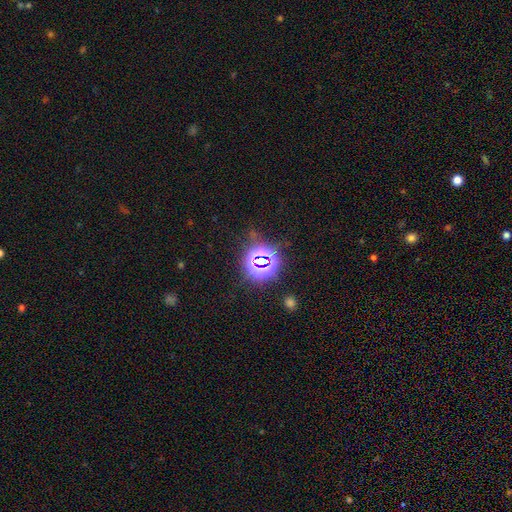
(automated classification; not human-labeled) The model was most divided on "smooth or featured": star or artifact: 76%, smooth: 16%, featured or disk: 8%.